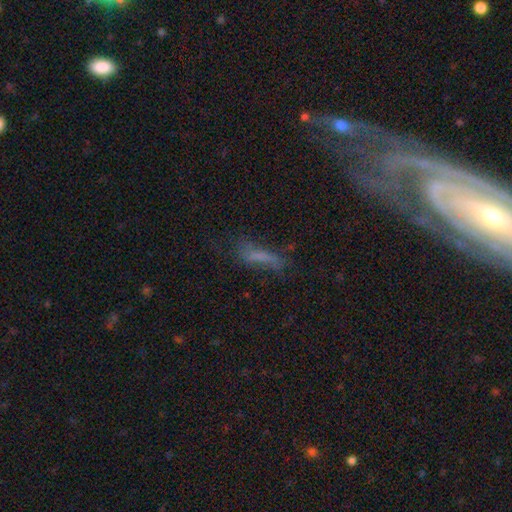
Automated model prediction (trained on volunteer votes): smooth 45%, featured or disk 35%, star or artifact 21%. Down the decision tree: merging — none (51%).